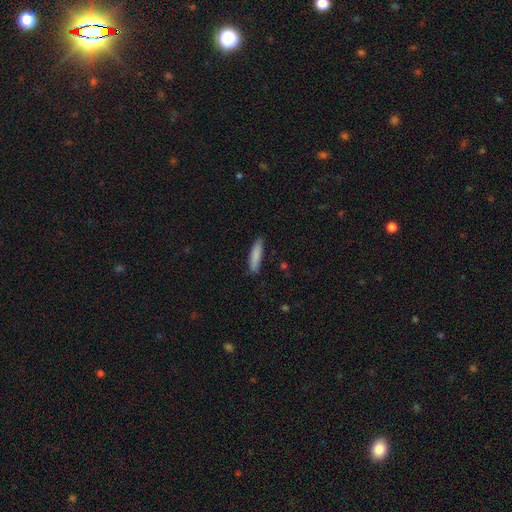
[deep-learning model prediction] smooth_or_featured: smooth (p=0.85) [alt: featured or disk p=0.09]
how_rounded: cigar-shaped (p=0.78) [alt: in between p=0.20]
merging: none (p=0.86) [alt: minor disturbance p=0.11]